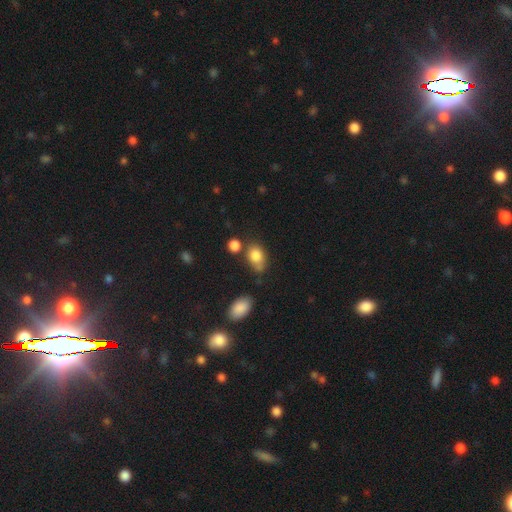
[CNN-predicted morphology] Smooth or featured? smooth (82%)
How rounded? in between (74%)
Merging? none (49%)